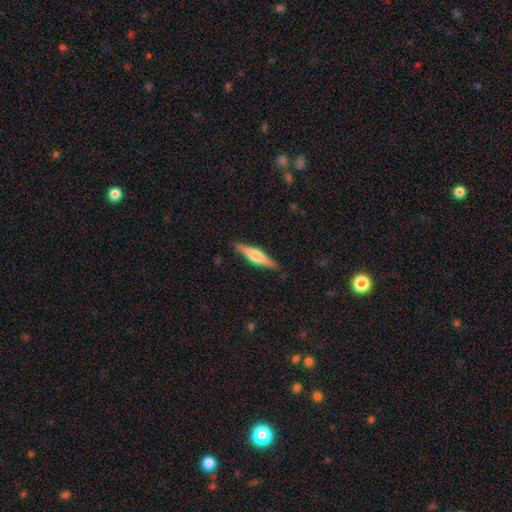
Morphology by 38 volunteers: Smooth or featured? featured or disk (61%)
Edge-on disk? yes (100%)
Edge-on bulge? rounded (83%)
Merging? none (89%)